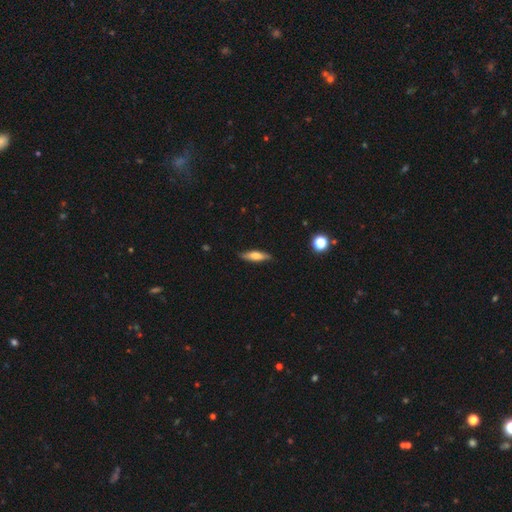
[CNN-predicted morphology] smooth_or_featured: smooth (p=0.63) [alt: featured or disk p=0.30]
how_rounded: cigar-shaped (p=0.67) [alt: in between p=0.31]
merging: none (p=0.85) [alt: minor disturbance p=0.12]